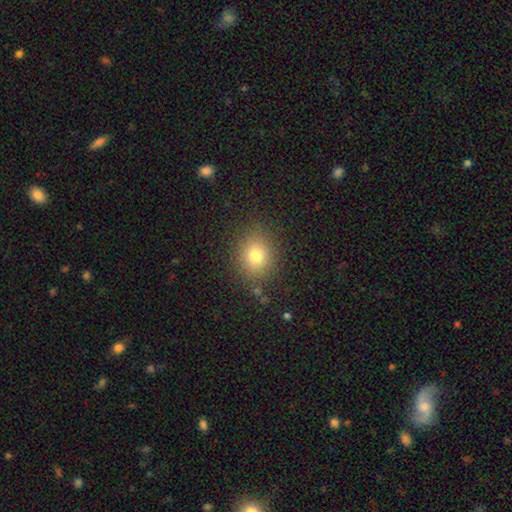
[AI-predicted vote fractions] Morphology: type=smooth (77%); roundness=round (73%); merging=none (85%).